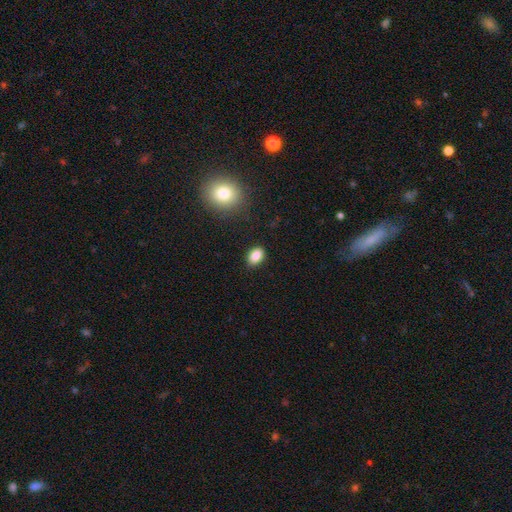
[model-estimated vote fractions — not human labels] This is clearly a smooth galaxy (86%). How rounded: likely in between (79%). Merging: clearly none (87%).